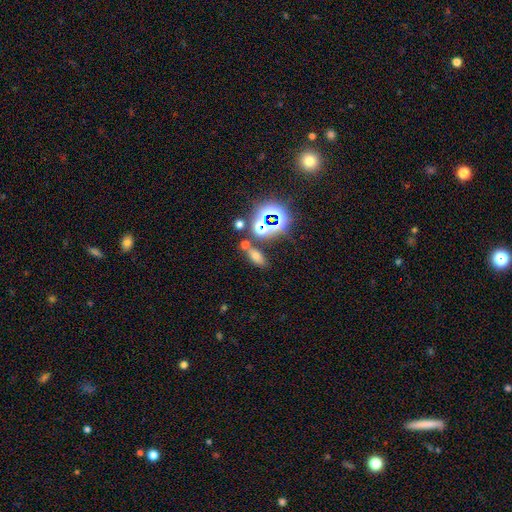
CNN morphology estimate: Smooth or featured?
  - smooth: 53% *
  - star or artifact: 35%
  - featured or disk: 12%
How rounded?
  - in between: 74% *
  - round: 13%
  - cigar-shaped: 13%
Merging?
  - none: 69% *
  - merger: 15%
  - minor disturbance: 11%
  - major disturbance: 5%